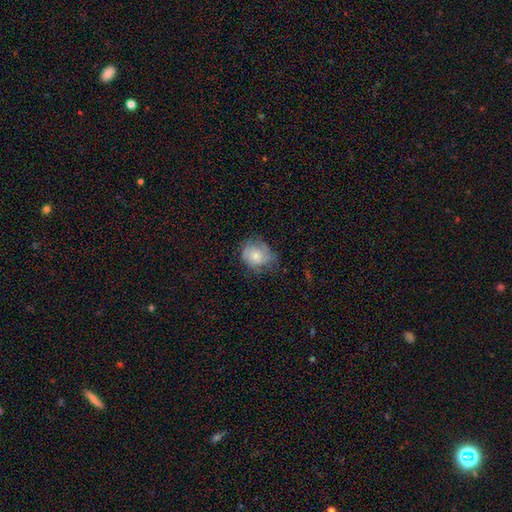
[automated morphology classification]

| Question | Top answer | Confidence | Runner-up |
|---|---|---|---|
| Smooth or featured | smooth | 61% | featured or disk (32%) |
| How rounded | round | 57% | in between (42%) |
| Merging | none | 54% | minor disturbance (31%) |